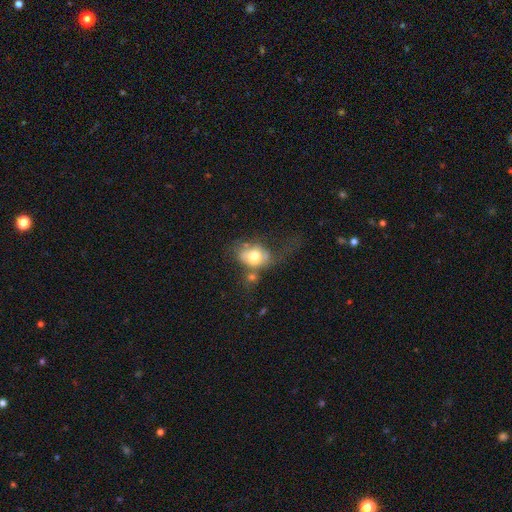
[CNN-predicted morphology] Overall: smooth (60%; featured or disk 31%). How rounded: in between (63%; round 36%). Merging: major disturbance (35%; merger 23%).